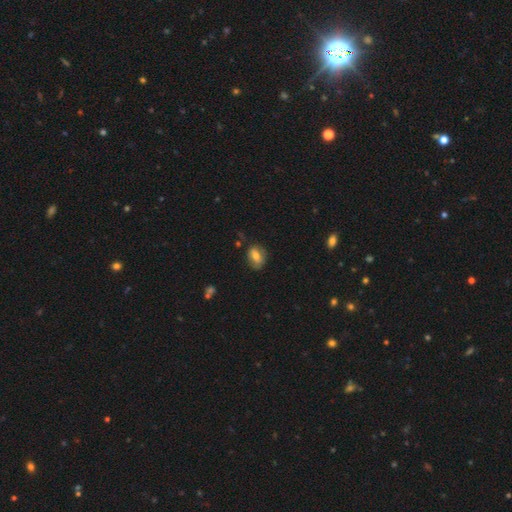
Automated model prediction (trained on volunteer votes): This is likely a smooth galaxy (70%). How rounded: likely in between (73%). Merging: likely none (70%).